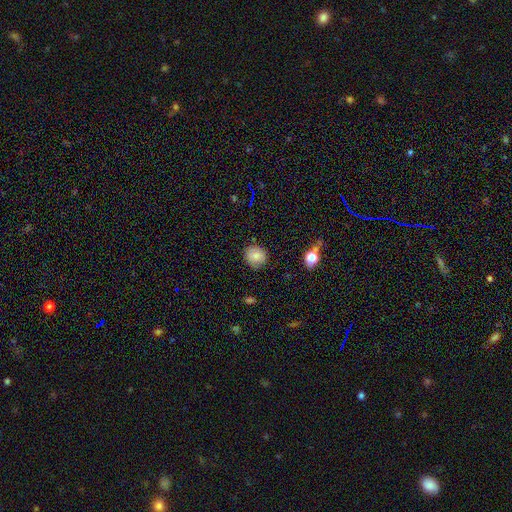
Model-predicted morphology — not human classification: This is likely a smooth galaxy (80%). How rounded: clearly round (84%). Merging: clearly none (81%).